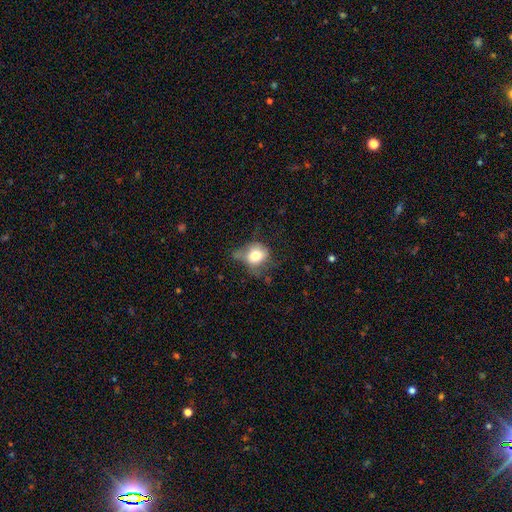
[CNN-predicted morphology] Smooth or featured?
  - smooth: 72% *
  - featured or disk: 17%
  - star or artifact: 10%
How rounded?
  - round: 58% *
  - in between: 40%
  - cigar-shaped: 1%
Merging?
  - none: 38% *
  - minor disturbance: 33%
  - major disturbance: 23%
  - merger: 6%